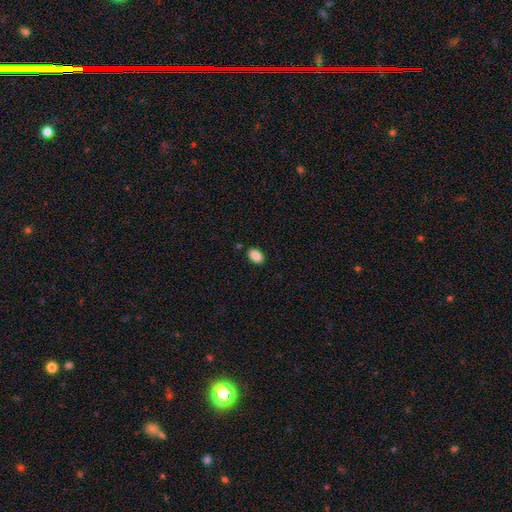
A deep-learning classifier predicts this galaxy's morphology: smooth 88%, star or artifact 8%, featured or disk 4%. Down the decision tree: how rounded — in between (89%); merging — none (87%).